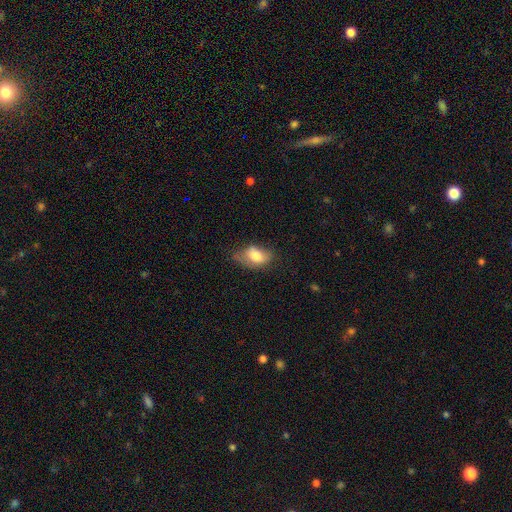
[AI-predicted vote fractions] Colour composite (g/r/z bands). It shows a smooth galaxy with no disk features (74%) that is in between round and cigar-shaped (87%). Merging: none (41%).